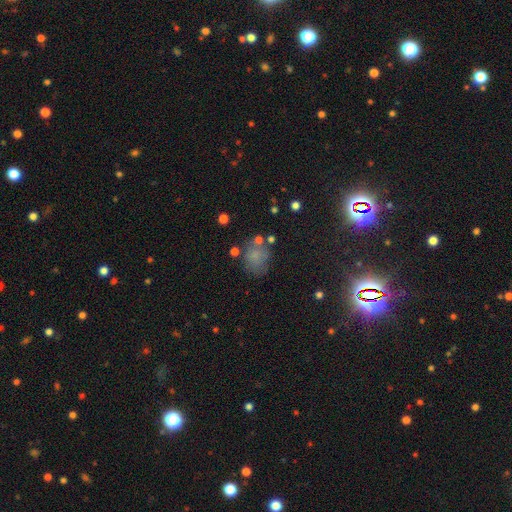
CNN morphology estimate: Q: Smooth or featured?
A: smooth (70%); runner-up: star or artifact (16%)
Q: How rounded?
A: round (56%); runner-up: in between (42%)
Q: Merging?
A: none (54%); runner-up: minor disturbance (24%)